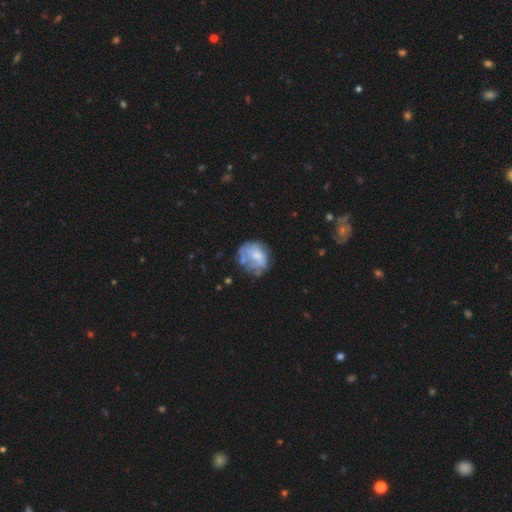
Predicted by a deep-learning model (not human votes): This is possibly a smooth galaxy (46%, tied with featured or disk). Merging: possibly none (47%).